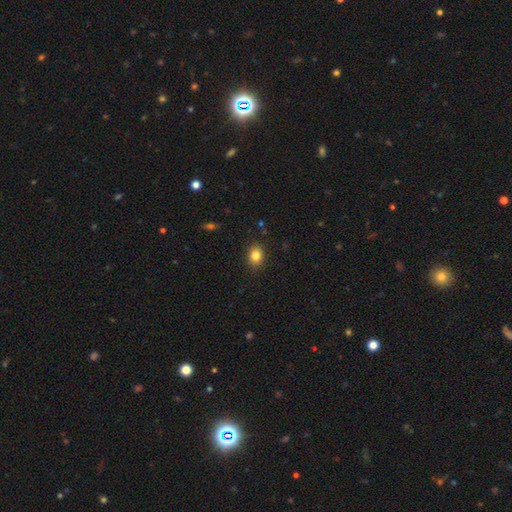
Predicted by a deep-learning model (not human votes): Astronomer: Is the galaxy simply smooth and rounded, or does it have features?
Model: smooth — 84%.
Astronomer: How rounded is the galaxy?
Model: in between — 51% (runner-up: round, 48%).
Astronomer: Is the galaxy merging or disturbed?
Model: none — 89%.